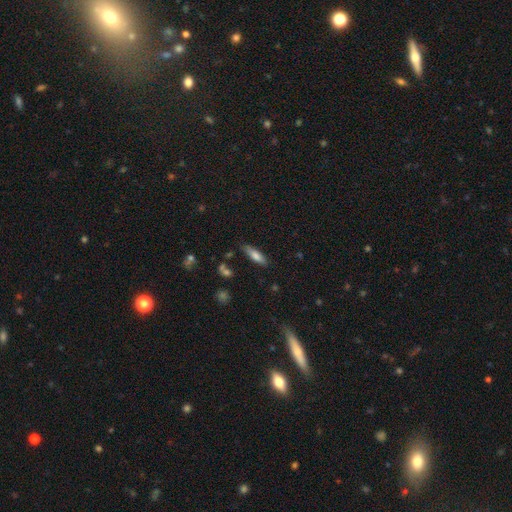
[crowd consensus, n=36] smooth-or-featured: smooth: 81% | featured or disk: 17% | star or artifact: 3%
  how-rounded: cigar-shaped: 66% | in between: 34% | round: 0%
  merging: none: 77% | minor disturbance: 20% | merger: 3% | major disturbance: 0%